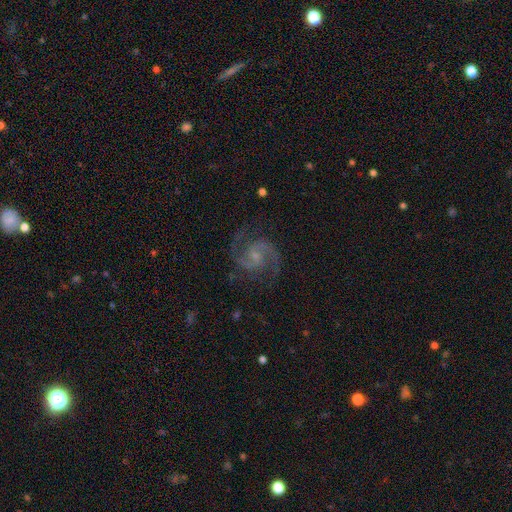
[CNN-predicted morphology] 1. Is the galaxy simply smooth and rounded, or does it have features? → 91% featured or disk, 5% star or artifact, 4% smooth.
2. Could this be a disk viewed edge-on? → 98% no, 2% yes.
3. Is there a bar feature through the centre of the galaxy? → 54% no, 38% weak, 8% strong.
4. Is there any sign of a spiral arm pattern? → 98% yes, 2% no.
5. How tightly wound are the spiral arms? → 64% medium, 21% tight, 15% loose.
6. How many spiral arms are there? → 92% 2, 3% 3, 2% can't tell, 1% 1, 1% 4, 1% more than 4.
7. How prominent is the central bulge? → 60% small, 27% moderate, 10% none, 2% large, 1% dominant.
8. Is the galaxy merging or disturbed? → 79% none, 13% minor disturbance, 7% major disturbance, 1% merger.